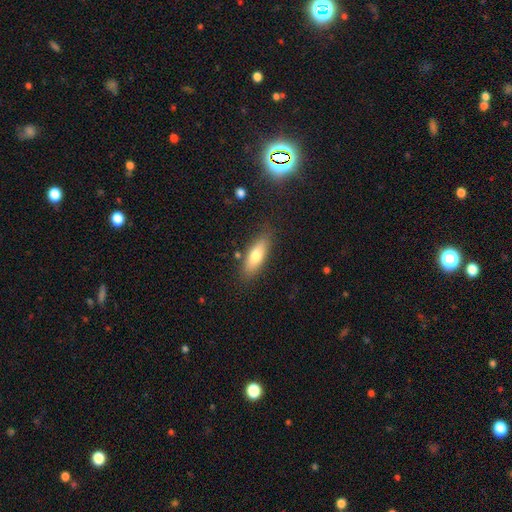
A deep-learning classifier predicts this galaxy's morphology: This appears to be a smooth galaxy with no disk features (73%) that is in between round and cigar-shaped (67%). Merging: none (82%).